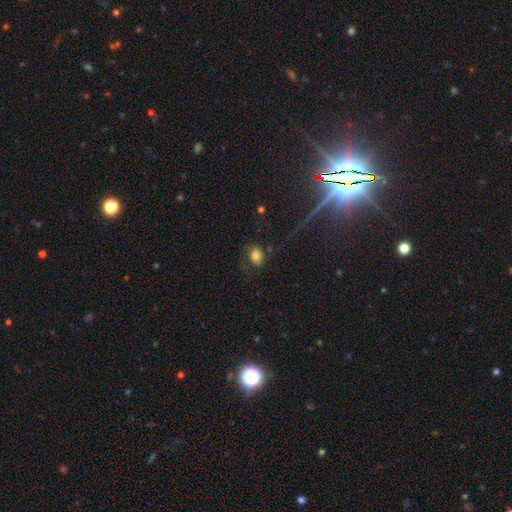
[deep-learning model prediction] smooth 73%, featured or disk 15%, star or artifact 12%. Down the decision tree: how rounded — in between (61%); merging — none (66%).